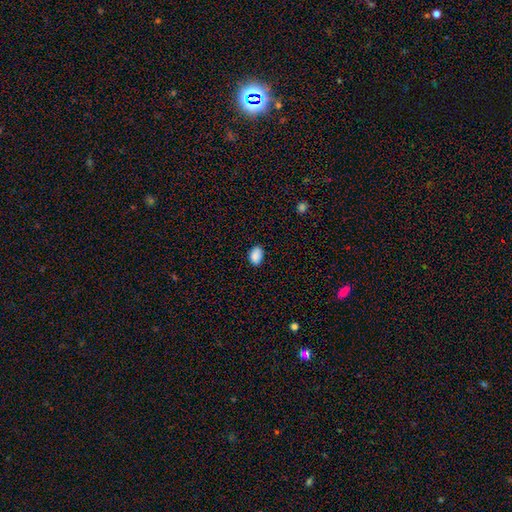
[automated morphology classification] smooth_or_featured: smooth (p=0.89) [alt: star or artifact p=0.08]
how_rounded: in between (p=0.87) [alt: round p=0.12]
merging: none (p=0.82) [alt: minor disturbance p=0.15]